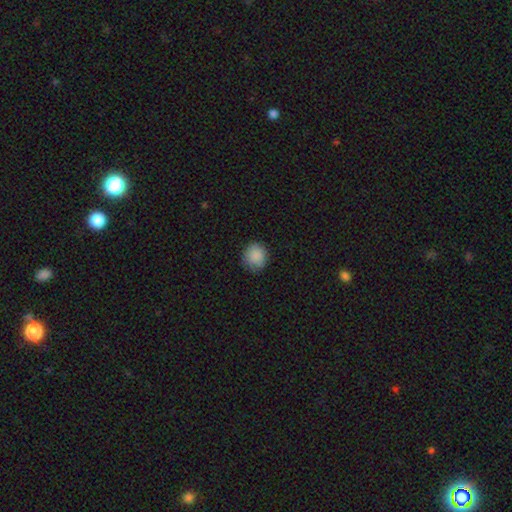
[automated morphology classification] This appears to be a smooth galaxy with no disk features (88%) that is round (85%). Merging: none (82%).